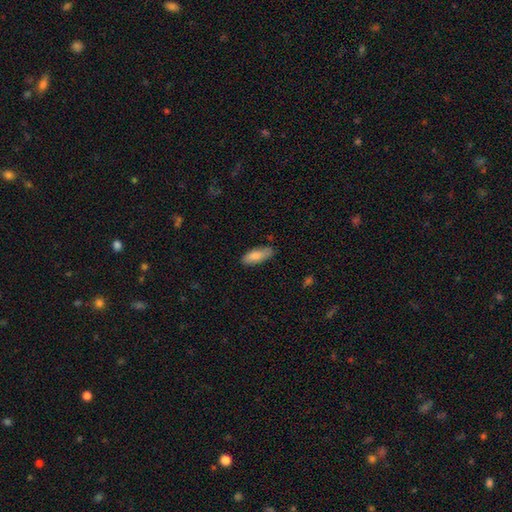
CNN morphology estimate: This appears to be a smooth galaxy with no disk features (83%) that is in between round and cigar-shaped (70%). Merging: none (78%).